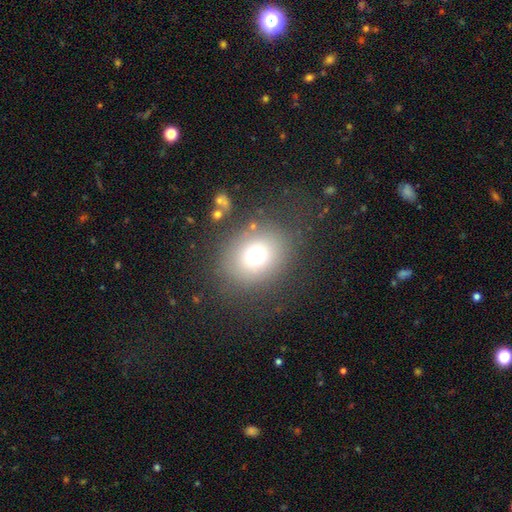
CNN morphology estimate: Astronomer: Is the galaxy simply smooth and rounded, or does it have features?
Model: smooth — 70%.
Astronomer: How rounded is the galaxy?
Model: round — 67%.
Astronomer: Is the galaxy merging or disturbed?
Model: none — 77%.